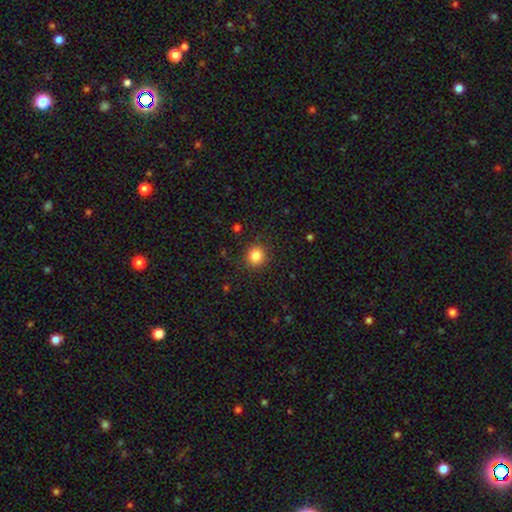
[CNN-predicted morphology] type=smooth (84%); roundness=round (93%); merging=none (89%).